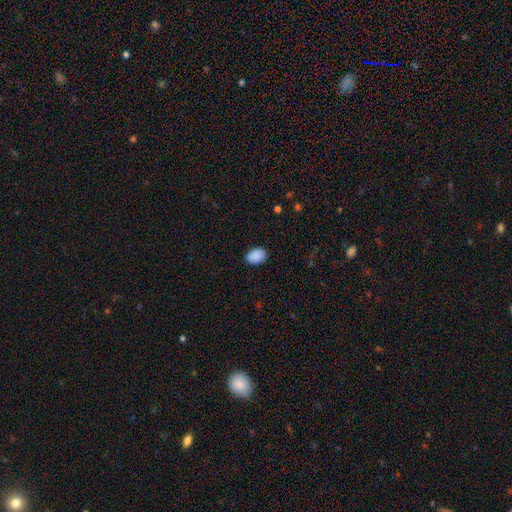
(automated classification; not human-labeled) Smooth or featured? smooth (89%)
How rounded? in between (79%)
Merging? none (85%)